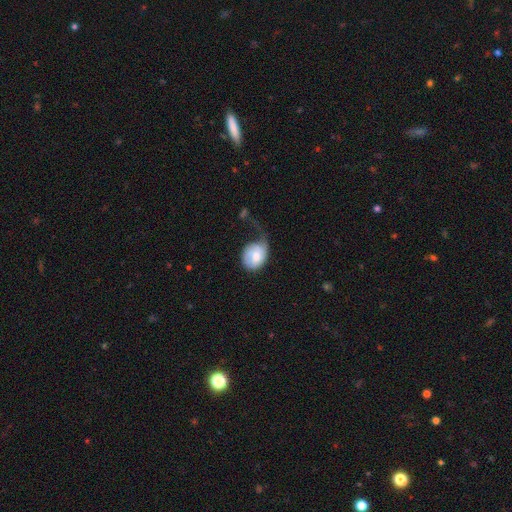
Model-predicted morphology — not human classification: A smooth galaxy with no disk features (59%) that is round (50%).

Vote fractions:
- Smooth or featured? smooth: 59% / featured or disk: 35% / star or artifact: 6%
- How rounded? round: 50% / in between: 49% / cigar-shaped: 1%
- Merging? major disturbance: 48% / minor disturbance: 29% / none: 19% / merger: 3%